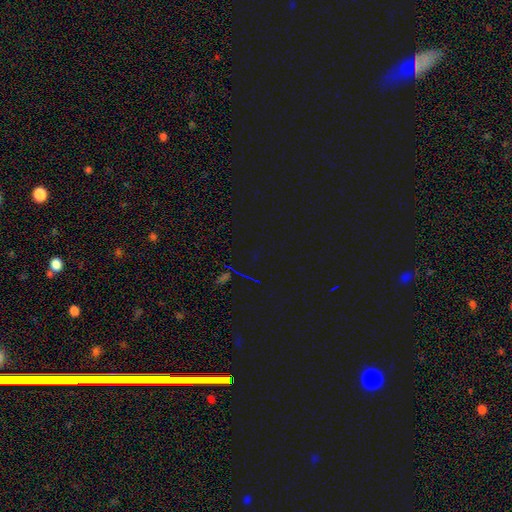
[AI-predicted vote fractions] Overall: star or artifact (82%).